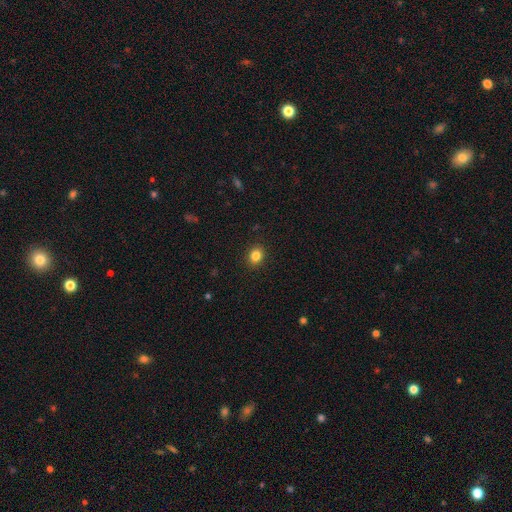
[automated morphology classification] smooth 83%, star or artifact 11%, featured or disk 5%. Down the decision tree: how rounded — round (63%); merging — none (91%).